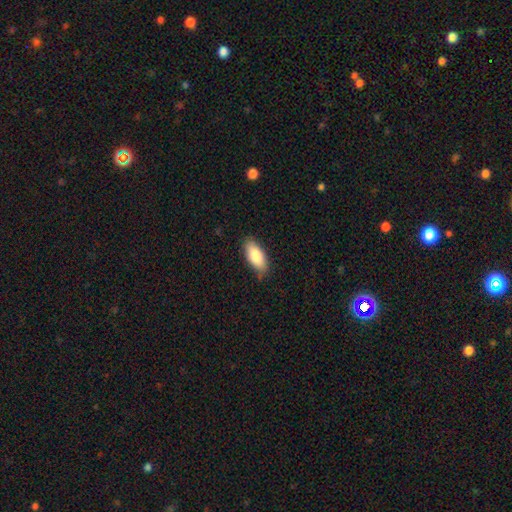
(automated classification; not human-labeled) This is clearly a smooth galaxy (83%). How rounded: clearly in between (84%). Merging: clearly none (80%).